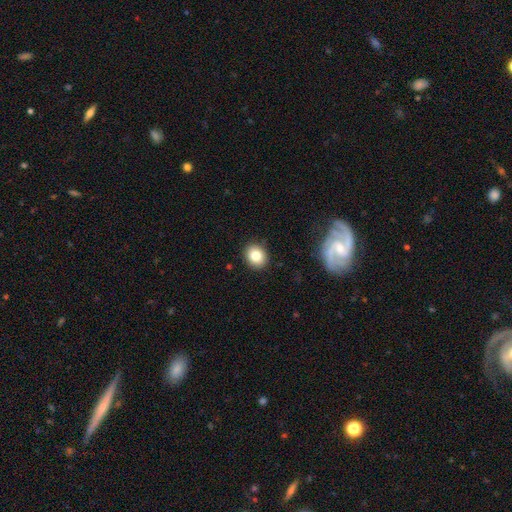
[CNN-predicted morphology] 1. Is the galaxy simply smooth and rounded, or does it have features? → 81% smooth, 10% star or artifact, 8% featured or disk.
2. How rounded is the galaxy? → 66% round, 33% in between, 1% cigar-shaped.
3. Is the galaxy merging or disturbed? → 90% none, 7% minor disturbance, 2% major disturbance, 1% merger.